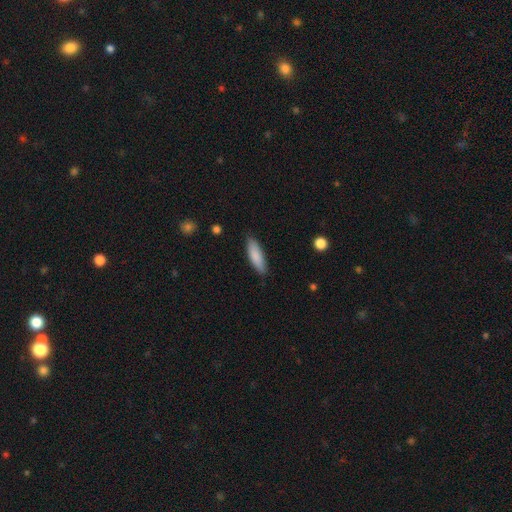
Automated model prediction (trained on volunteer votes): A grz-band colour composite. It shows a smooth galaxy with no disk features (86%) that is cigar-shaped (53%). Merging: none (86%).